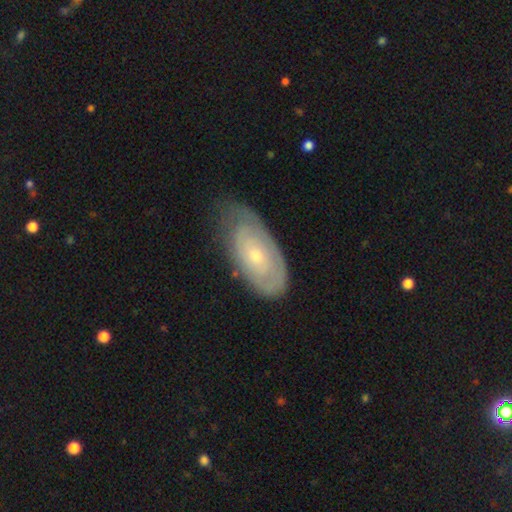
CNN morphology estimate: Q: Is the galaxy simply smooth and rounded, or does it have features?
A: featured or disk — 60%.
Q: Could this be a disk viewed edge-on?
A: no — 91%.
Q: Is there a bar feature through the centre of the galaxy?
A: no — 82%.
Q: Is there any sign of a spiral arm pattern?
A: yes — 68%.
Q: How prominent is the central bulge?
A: small — 60%.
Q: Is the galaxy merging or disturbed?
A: none — 58%.